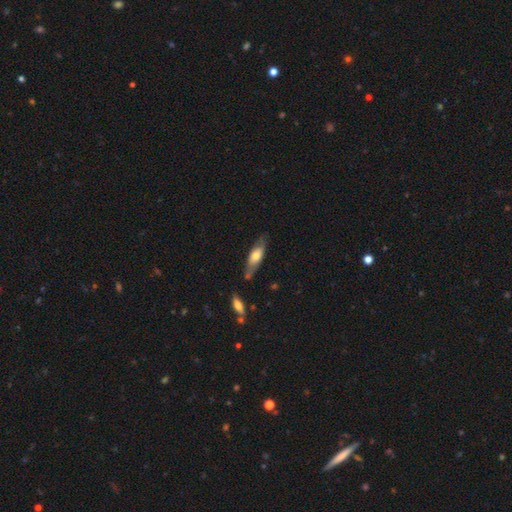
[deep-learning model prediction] Smooth or featured?
  - smooth: 57% *
  - featured or disk: 37%
  - star or artifact: 6%
How rounded?
  - in between: 57% *
  - cigar-shaped: 40%
  - round: 2%
Merging?
  - none: 65% *
  - minor disturbance: 22%
  - merger: 8%
  - major disturbance: 6%